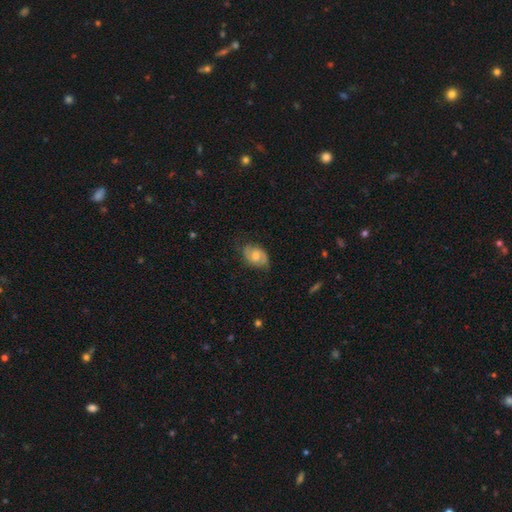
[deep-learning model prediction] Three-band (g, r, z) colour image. It shows a featured or disk galaxy (55%) with no bar (60%), spiral arms (85%) and a moderate central bulge (62%). Merging: none (68%).